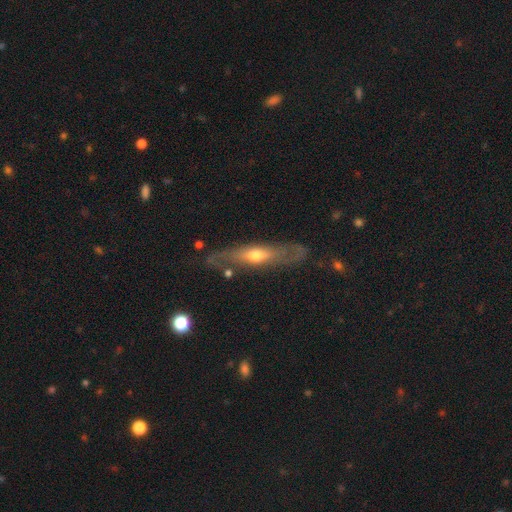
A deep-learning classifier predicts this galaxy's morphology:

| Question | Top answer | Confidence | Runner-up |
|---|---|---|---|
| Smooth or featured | featured or disk | 64% | smooth (30%) |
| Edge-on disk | yes | 64% | no (36%) |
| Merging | none | 72% | minor disturbance (17%) |